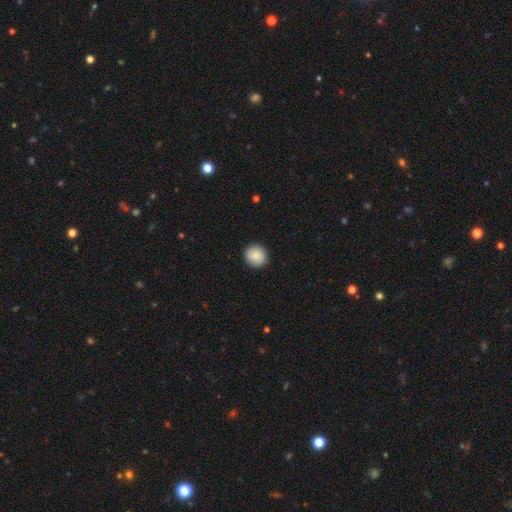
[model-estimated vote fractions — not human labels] smooth_or_featured: smooth (p=0.87) [alt: star or artifact p=0.07]
how_rounded: round (p=0.91) [alt: in between p=0.08]
merging: none (p=0.91) [alt: minor disturbance p=0.06]